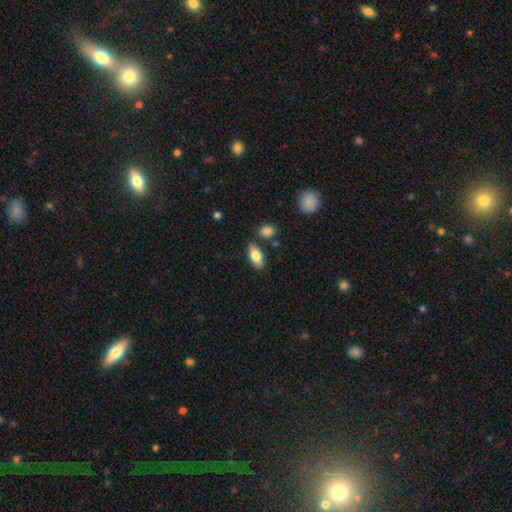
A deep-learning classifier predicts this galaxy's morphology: A smooth galaxy with no disk features (77%) that is in between round and cigar-shaped (87%).

Vote fractions:
- Smooth or featured? smooth: 77% / featured or disk: 17% / star or artifact: 7%
- How rounded? in between: 87% / cigar-shaped: 9% / round: 4%
- Merging? none: 79% / minor disturbance: 12% / merger: 6% / major disturbance: 3%